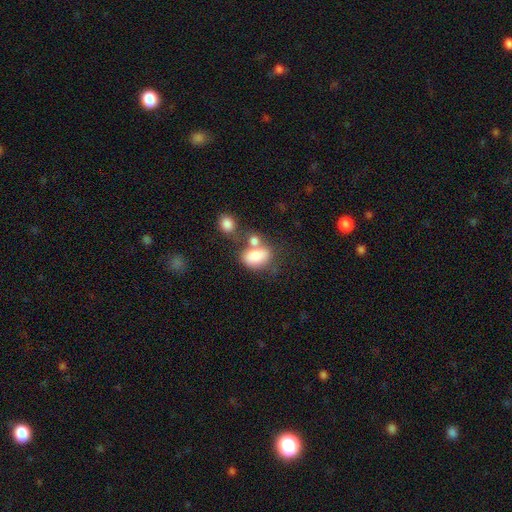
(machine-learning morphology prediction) A smooth galaxy with no disk features (79%) that is in between round and cigar-shaped (80%). Merging: merger (40%).